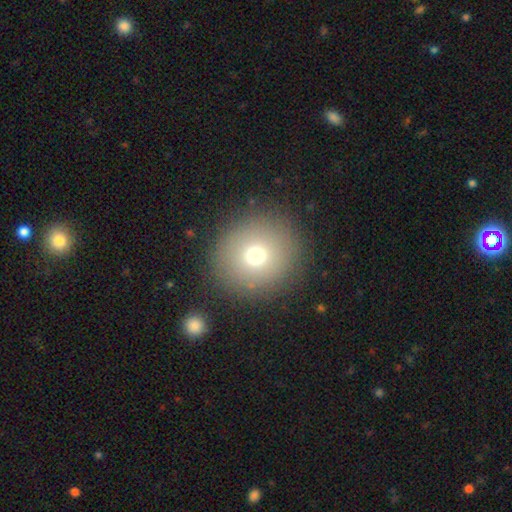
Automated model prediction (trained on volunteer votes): smooth_or_featured: smooth (p=0.72) [alt: star or artifact p=0.15]
how_rounded: round (p=0.91) [alt: in between p=0.08]
merging: none (p=0.88) [alt: minor disturbance p=0.07]